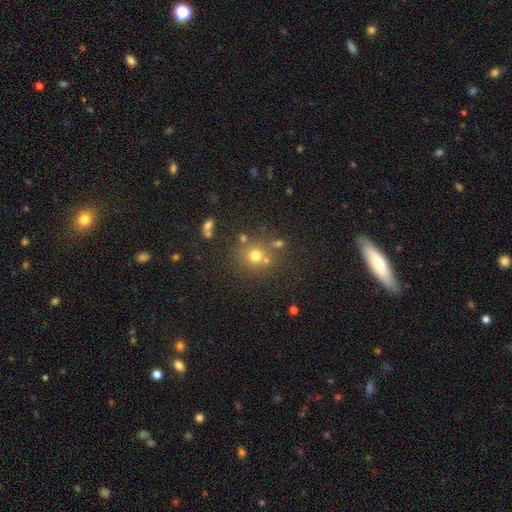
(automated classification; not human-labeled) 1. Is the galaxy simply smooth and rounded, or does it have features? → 70% smooth, 20% star or artifact, 11% featured or disk.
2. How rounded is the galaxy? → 89% round, 10% in between, 1% cigar-shaped.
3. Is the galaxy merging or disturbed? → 72% none, 14% merger, 10% minor disturbance, 4% major disturbance.